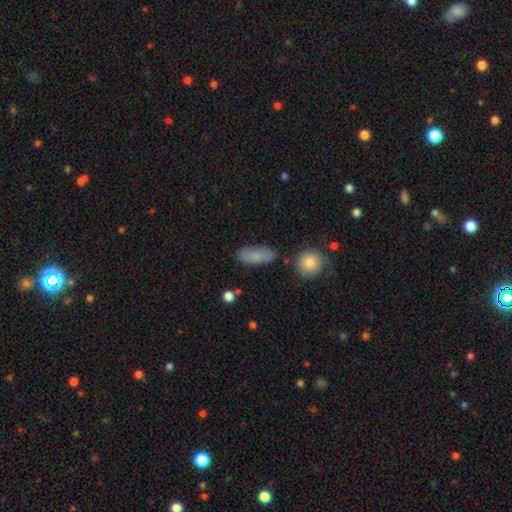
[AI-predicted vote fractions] The model was most divided on "merging": none: 75%, minor disturbance: 16%, merger: 5%, major disturbance: 4%. More confident: how rounded — in between (82%); smooth or featured — smooth (80%).